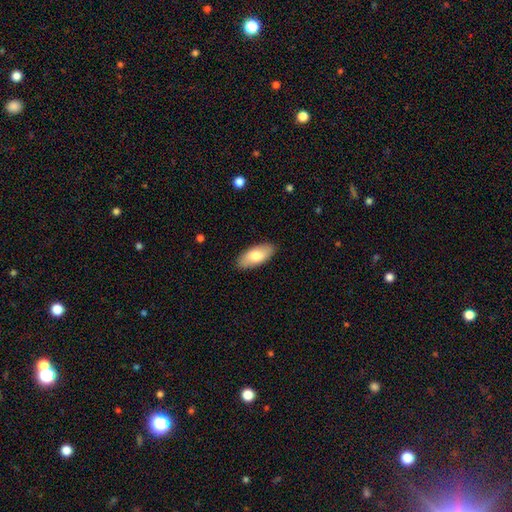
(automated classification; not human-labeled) smooth-or-featured: smooth: 77% | featured or disk: 18% | star or artifact: 6%
  how-rounded: in between: 91% | cigar-shaped: 7% | round: 2%
  merging: none: 89% | minor disturbance: 8% | major disturbance: 2% | merger: 1%